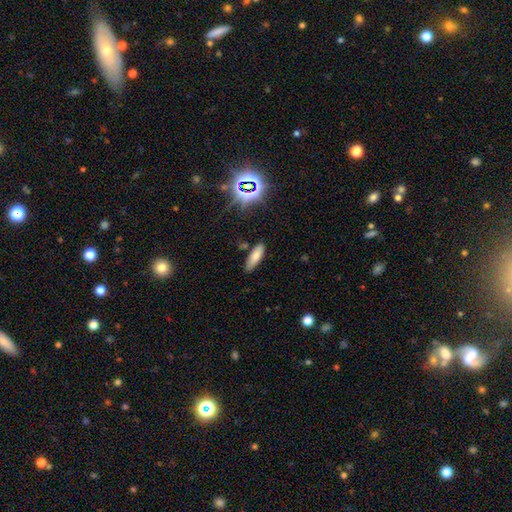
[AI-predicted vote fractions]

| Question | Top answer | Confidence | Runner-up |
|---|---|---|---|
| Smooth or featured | smooth | 75% | star or artifact (13%) |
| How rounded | in between | 57% | cigar-shaped (40%) |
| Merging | none | 81% | minor disturbance (12%) |